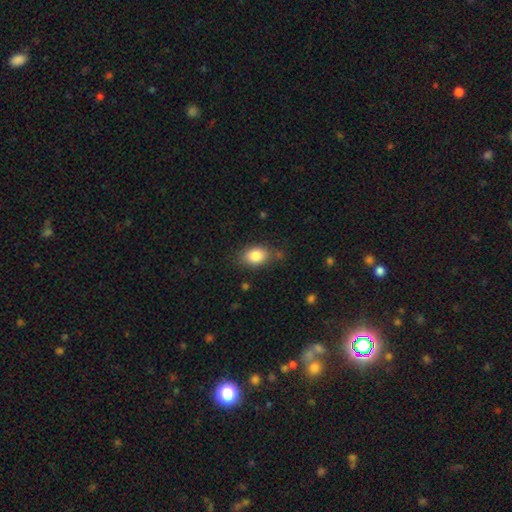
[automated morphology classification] Q: Smooth or featured?
A: smooth (85%); runner-up: star or artifact (8%)
Q: How rounded?
A: in between (79%); runner-up: round (20%)
Q: Merging?
A: none (76%); runner-up: minor disturbance (16%)